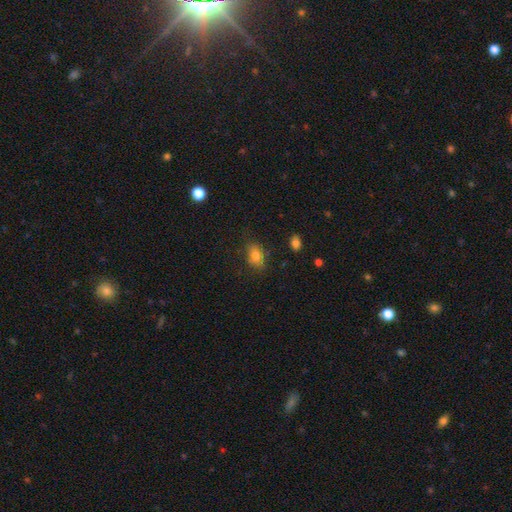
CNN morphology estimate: Smooth or featured: smooth — 80% (star or artifact — 10%)
How rounded: in between — 79% (round — 19%)
Merging: none — 78% (minor disturbance — 16%)